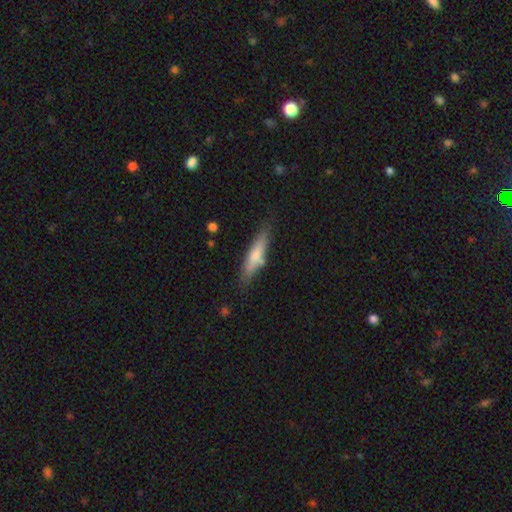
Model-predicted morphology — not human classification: Smooth or featured? smooth (64%)
How rounded? cigar-shaped (78%)
Merging? none (73%)